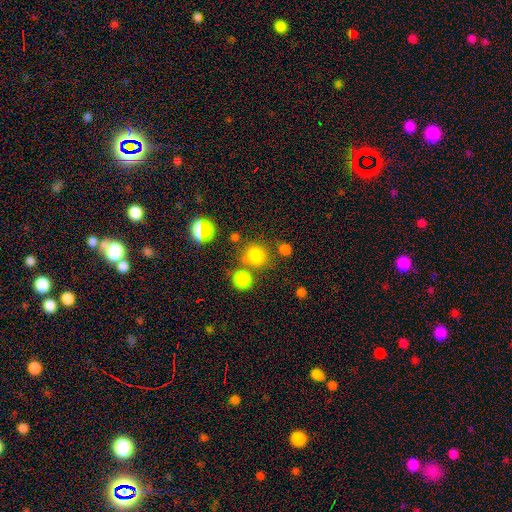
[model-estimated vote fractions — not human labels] Smooth or featured: smooth — 76% (star or artifact — 18%)
How rounded: round — 85% (in between — 14%)
Merging: none — 68% (merger — 18%)